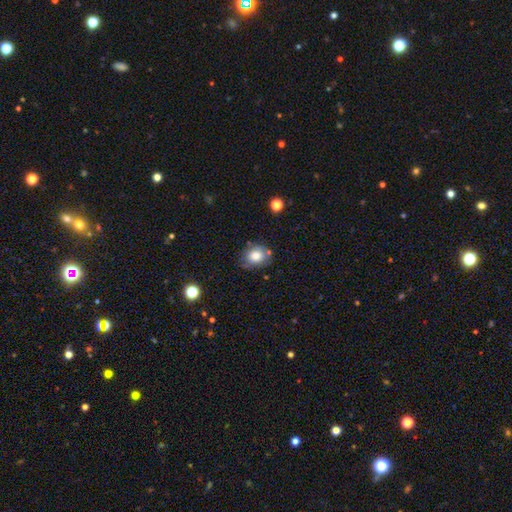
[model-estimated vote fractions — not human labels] A smooth galaxy with no disk features (79%) that is round (58%).

Vote fractions:
- Smooth or featured? smooth: 79% / featured or disk: 12% / star or artifact: 9%
- How rounded? round: 58% / in between: 41% / cigar-shaped: 1%
- Merging? none: 73% / minor disturbance: 18% / merger: 4% / major disturbance: 4%